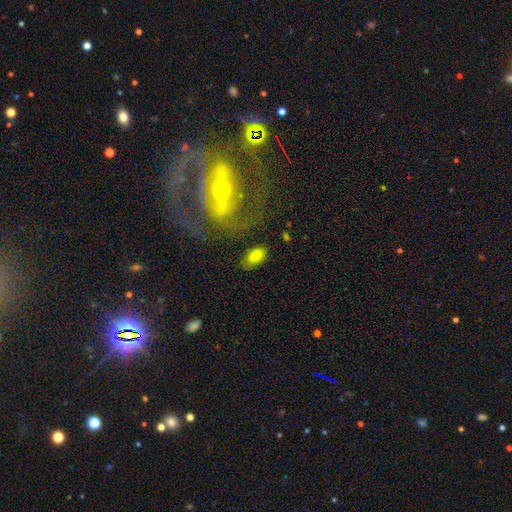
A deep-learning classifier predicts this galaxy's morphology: Overall: smooth (80%). How rounded: in between (93%). Merging: none (77%).